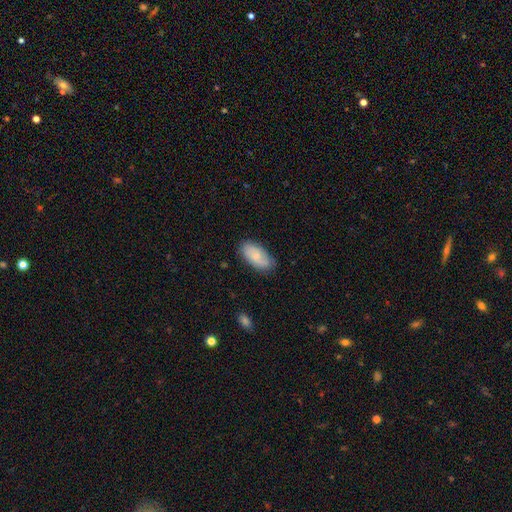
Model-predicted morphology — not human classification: Smooth or featured: smooth — 64% (featured or disk — 30%)
How rounded: in between — 93% (round — 3%)
Merging: none — 78% (minor disturbance — 17%)